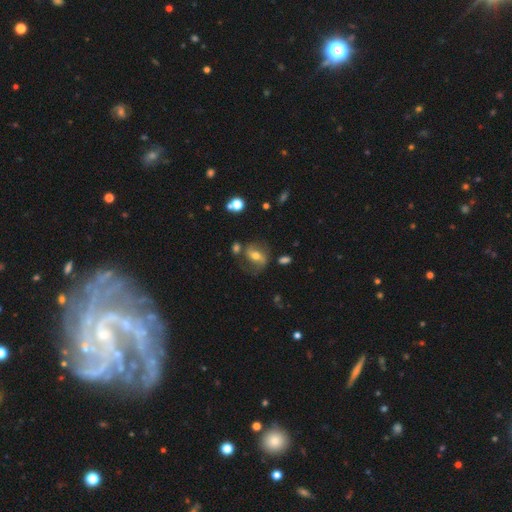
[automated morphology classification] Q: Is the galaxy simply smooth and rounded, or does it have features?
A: featured or disk — 60%.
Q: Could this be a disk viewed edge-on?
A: no — 92%.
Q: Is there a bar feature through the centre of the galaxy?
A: strong — 39%.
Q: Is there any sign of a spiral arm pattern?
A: yes — 77%.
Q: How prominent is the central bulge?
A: moderate — 65%.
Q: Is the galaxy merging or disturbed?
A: none — 58%.